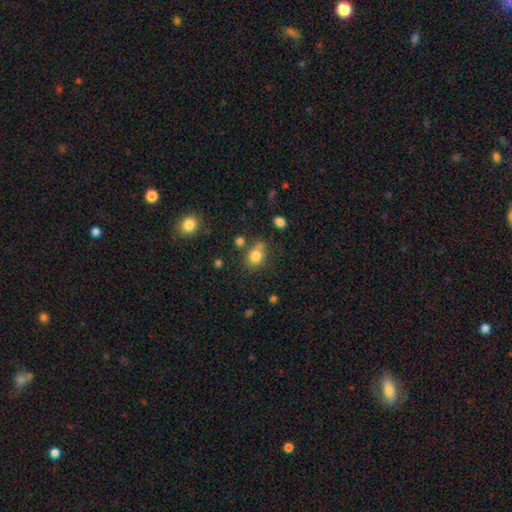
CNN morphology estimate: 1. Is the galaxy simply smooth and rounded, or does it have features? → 80% smooth, 12% star or artifact, 8% featured or disk.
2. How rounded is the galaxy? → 56% round, 43% in between, 1% cigar-shaped.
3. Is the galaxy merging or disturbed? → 56% none, 20% minor disturbance, 16% merger, 7% major disturbance.